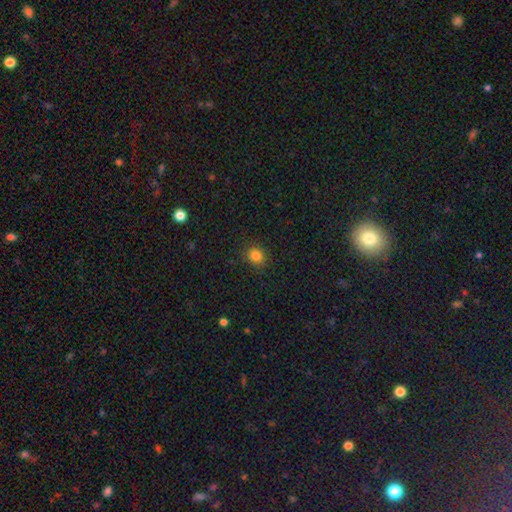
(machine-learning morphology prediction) A smooth galaxy with no disk features (82%) that is round (75%). Merging: none (87%).